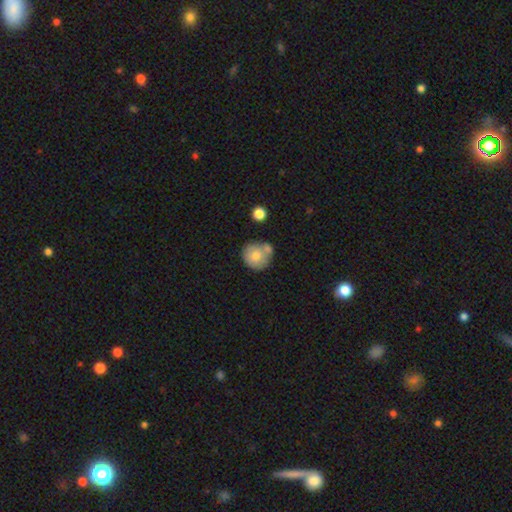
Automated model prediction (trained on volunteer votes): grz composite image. It shows a smooth galaxy with no disk features (73%) that is round (88%). Merging: none (49%).